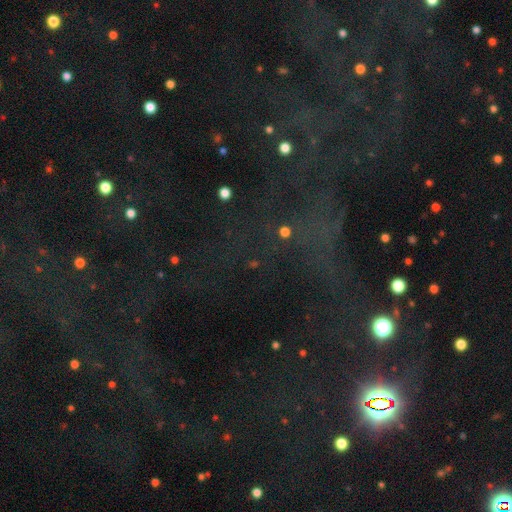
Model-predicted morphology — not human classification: Smooth or featured? Predicted: star or artifact (p=0.74).